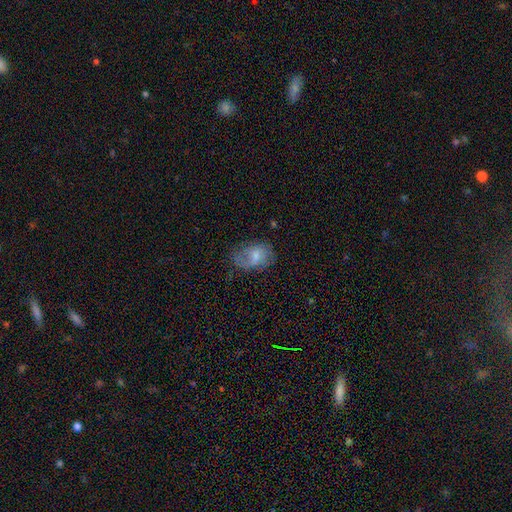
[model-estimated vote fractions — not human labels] Smooth or featured?
  - featured or disk: 45% * (tied)
  - smooth: 45% * (tied)
  - star or artifact: 11%
Merging?
  - none: 55% *
  - minor disturbance: 27%
  - major disturbance: 15%
  - merger: 2%